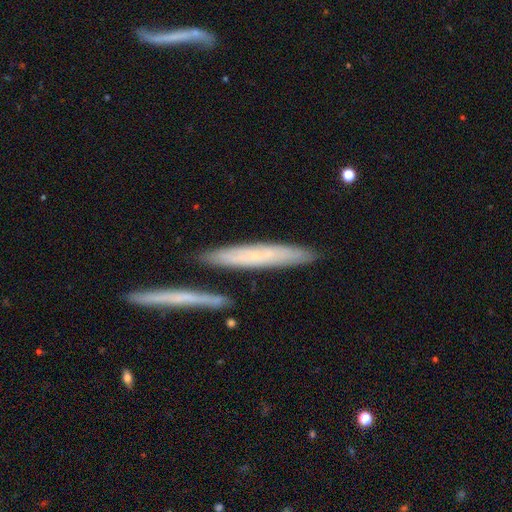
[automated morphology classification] Smooth or featured?
  - smooth: 50% *
  - featured or disk: 43%
  - star or artifact: 7%
How rounded?
  - cigar-shaped: 92% *
  - in between: 7%
  - round: 2%
Merging?
  - none: 78% *
  - minor disturbance: 10%
  - merger: 9%
  - major disturbance: 2%